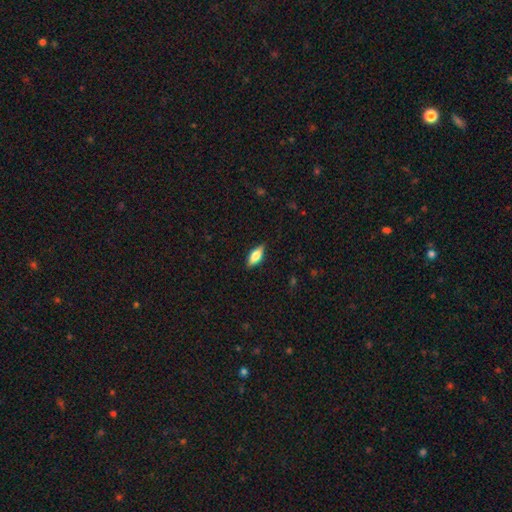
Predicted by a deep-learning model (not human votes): Smooth or featured? Predicted: smooth (p=0.70). How rounded? Predicted: in between (p=0.75). Merging? Predicted: none (p=0.86).